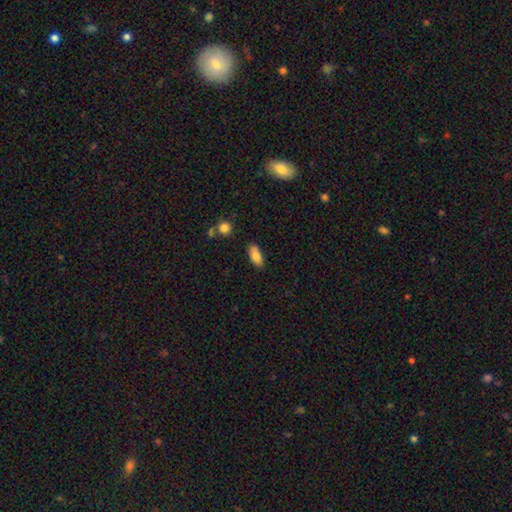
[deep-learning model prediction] A smooth galaxy with no disk features (82%) that is in between round and cigar-shaped (86%).

Vote fractions:
- Smooth or featured? smooth: 82% / featured or disk: 10% / star or artifact: 7%
- How rounded? in between: 86% / cigar-shaped: 12% / round: 3%
- Merging? none: 81% / minor disturbance: 13% / merger: 3% / major disturbance: 3%